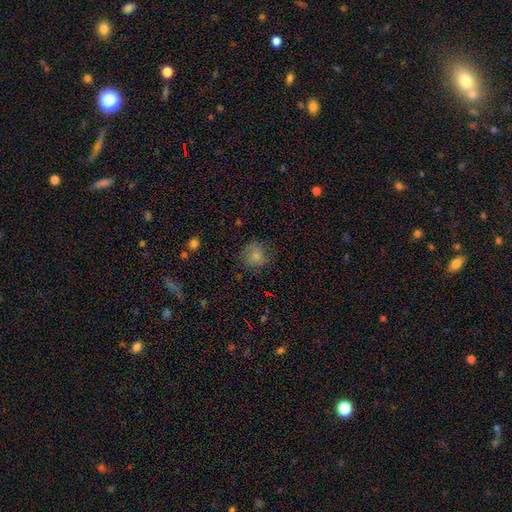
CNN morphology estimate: Overall: smooth (76%). How rounded: round (86%). Merging: none (74%).